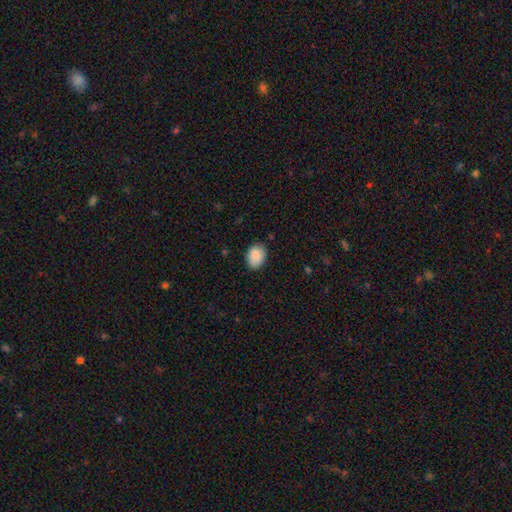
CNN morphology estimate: smooth 88%, star or artifact 7%, featured or disk 5%. Down the decision tree: how rounded — in between (70%); merging — none (82%).